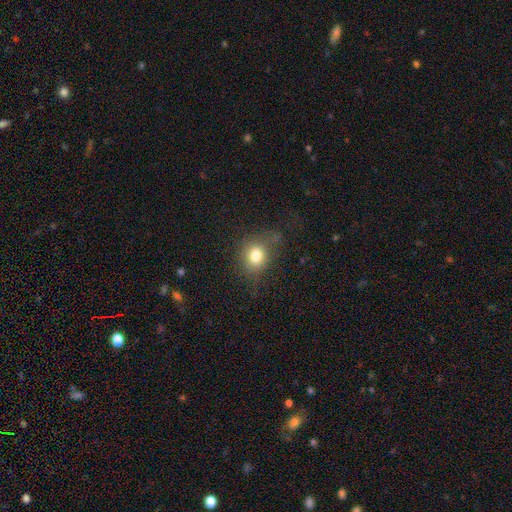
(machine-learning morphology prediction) Smooth or featured?
  - smooth: 78% *
  - star or artifact: 13%
  - featured or disk: 10%
How rounded?
  - round: 67% *
  - in between: 31%
  - cigar-shaped: 1%
Merging?
  - none: 68% *
  - minor disturbance: 21%
  - major disturbance: 10%
  - merger: 2%